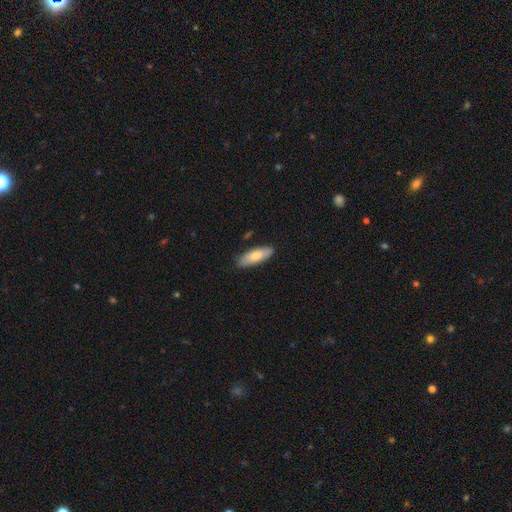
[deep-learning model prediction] smooth 77%, featured or disk 18%, star or artifact 6%. Down the decision tree: how rounded — in between (64%); merging — none (85%).